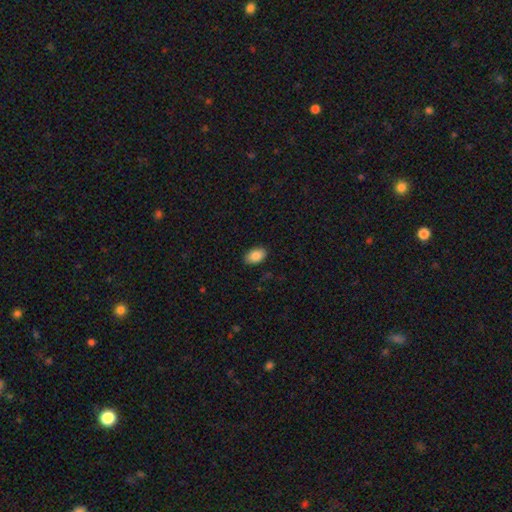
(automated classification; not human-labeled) The model was most divided on "merging": none: 88%, minor disturbance: 9%, major disturbance: 2%, merger: 1%. More confident: how rounded — in between (92%); smooth or featured — smooth (88%).